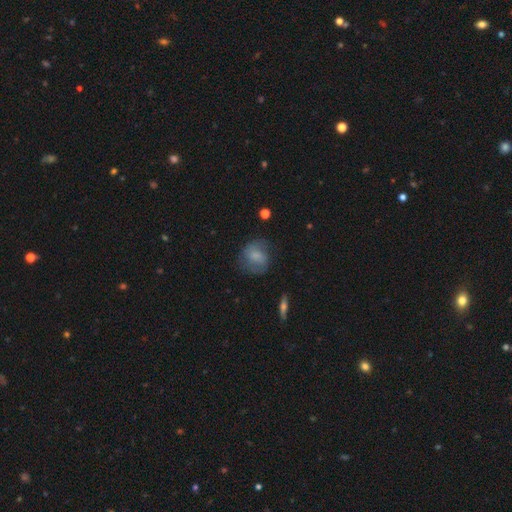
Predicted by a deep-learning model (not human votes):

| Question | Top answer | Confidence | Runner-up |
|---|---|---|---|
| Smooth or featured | smooth | 60% | featured or disk (31%) |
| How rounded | round | 64% | in between (35%) |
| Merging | none | 61% | minor disturbance (24%) |